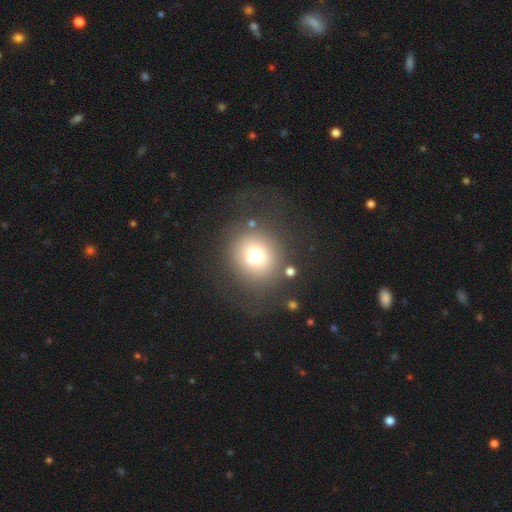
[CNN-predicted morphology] This appears to be a smooth galaxy with no disk features (69%) that is round (89%). Merging: none (74%).